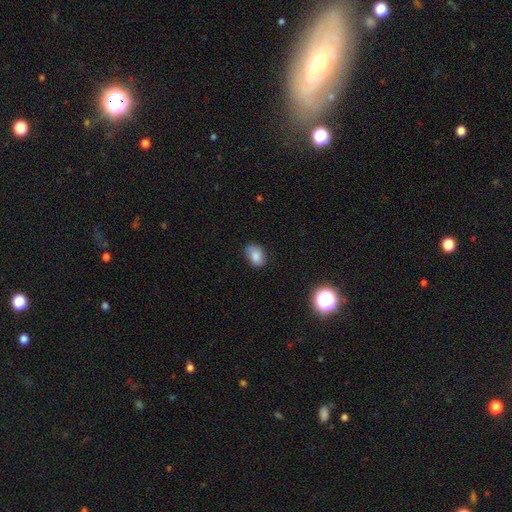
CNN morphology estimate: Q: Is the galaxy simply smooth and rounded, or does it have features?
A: smooth — 82%.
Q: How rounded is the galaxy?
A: in between — 81%.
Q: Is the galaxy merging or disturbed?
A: none — 69%.